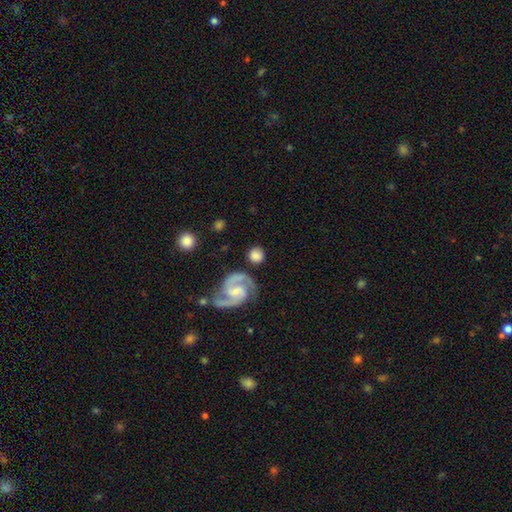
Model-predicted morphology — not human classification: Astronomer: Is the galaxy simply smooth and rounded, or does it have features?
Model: smooth — 52% (runner-up: featured or disk, 41%).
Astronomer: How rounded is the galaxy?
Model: round — 87%.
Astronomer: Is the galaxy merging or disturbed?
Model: none — 78%.